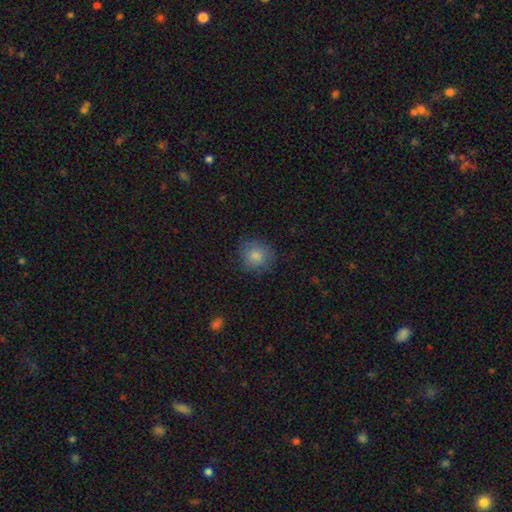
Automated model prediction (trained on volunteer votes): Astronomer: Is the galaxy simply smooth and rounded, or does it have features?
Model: smooth — 84%.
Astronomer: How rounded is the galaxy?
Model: round — 89%.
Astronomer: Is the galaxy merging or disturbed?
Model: none — 81%.